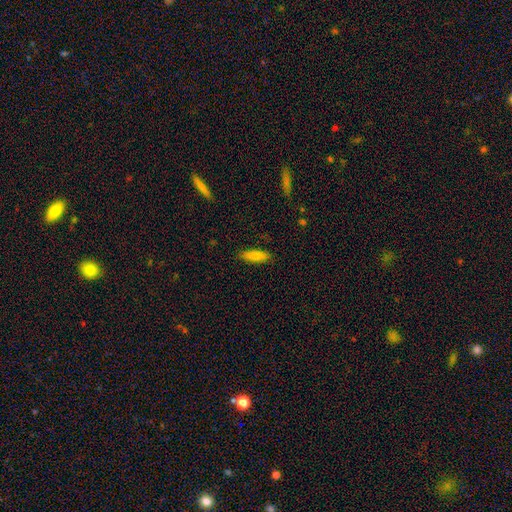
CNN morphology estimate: The model was most divided on "how rounded": cigar-shaped: 51%, in between: 48%, round: 2%. More confident: merging — none (87%); smooth or featured — smooth (84%).